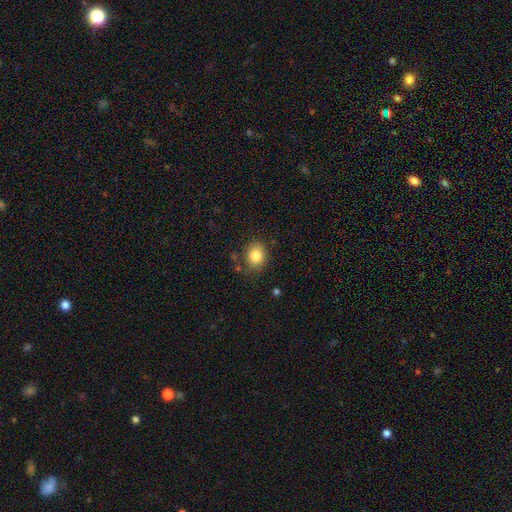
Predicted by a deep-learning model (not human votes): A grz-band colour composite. It shows a smooth galaxy with no disk features (83%) that is round (58%). Merging: none (78%).